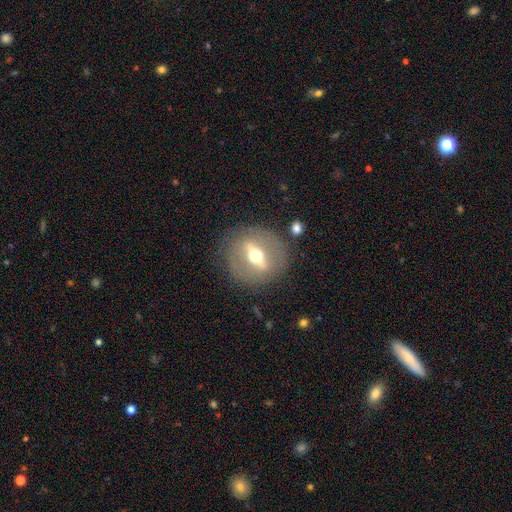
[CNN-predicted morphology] Smooth or featured?
  - featured or disk: 73% *
  - smooth: 21%
  - star or artifact: 7%
Edge-on disk?
  - no: 62% *
  - yes: 38%
Merging?
  - none: 83% *
  - minor disturbance: 10%
  - major disturbance: 5%
  - merger: 2%